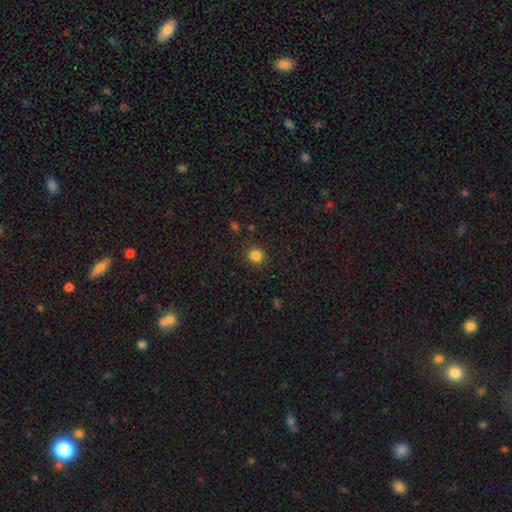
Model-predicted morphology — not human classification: The model was most divided on "smooth or featured": smooth: 84%, star or artifact: 12%, featured or disk: 4%. More confident: how rounded — round (90%); merging — none (89%).